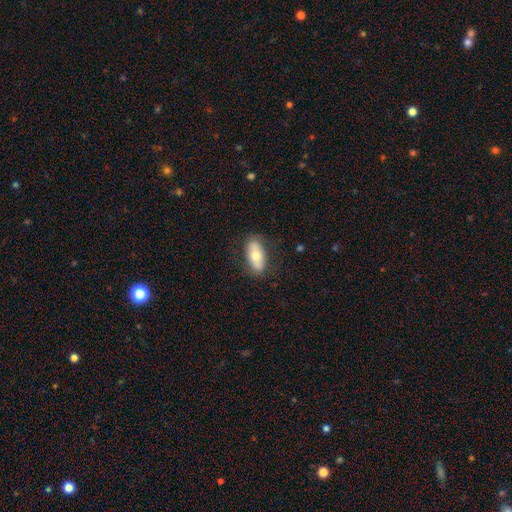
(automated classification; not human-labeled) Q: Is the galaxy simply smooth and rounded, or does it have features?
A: smooth — 63%.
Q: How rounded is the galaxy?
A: in between — 87%.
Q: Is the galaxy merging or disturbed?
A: none — 82%.